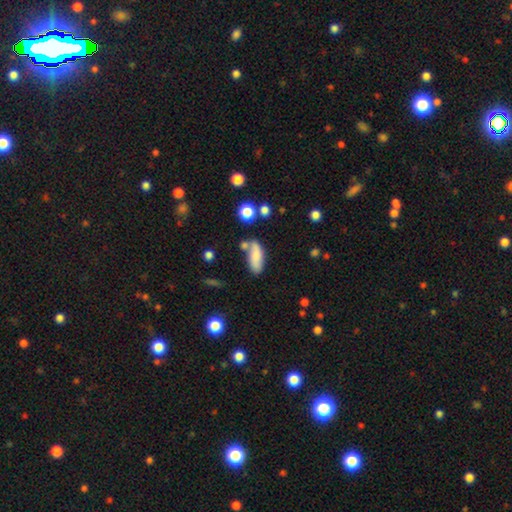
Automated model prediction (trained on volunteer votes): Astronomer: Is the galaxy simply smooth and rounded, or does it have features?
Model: smooth — 77%.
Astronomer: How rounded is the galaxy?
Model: in between — 76%.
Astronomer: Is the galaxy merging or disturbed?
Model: none — 56%.